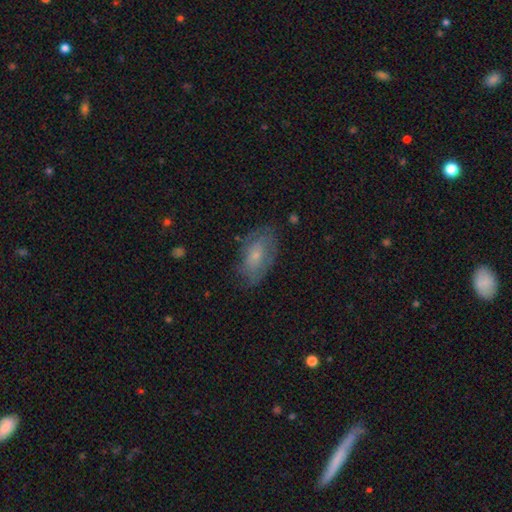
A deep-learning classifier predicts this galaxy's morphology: Q: Smooth or featured?
A: smooth (53%); runner-up: featured or disk (39%)
Q: How rounded?
A: in between (91%); runner-up: round (5%)
Q: Merging?
A: none (69%); runner-up: minor disturbance (22%)